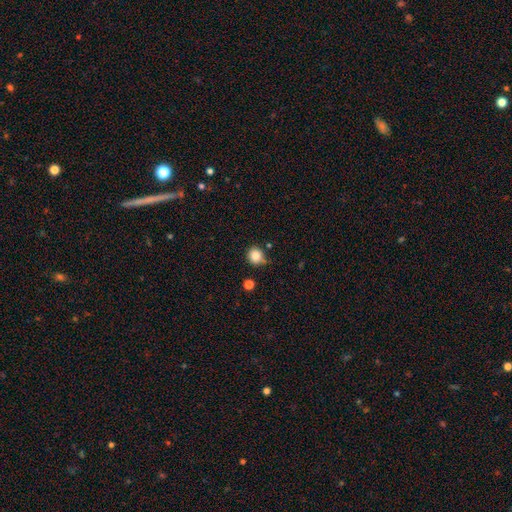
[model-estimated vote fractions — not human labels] This appears to be a smooth galaxy with no disk features (83%) that is round (87%). Merging: none (70%).